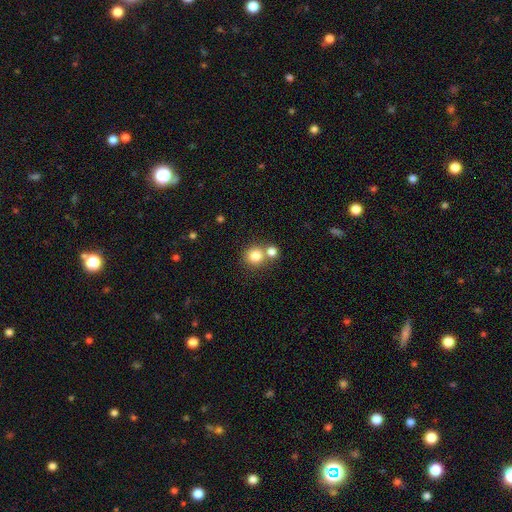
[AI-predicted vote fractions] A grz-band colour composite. It shows a smooth galaxy with no disk features (82%) that is round (89%). Merging: none (54%).